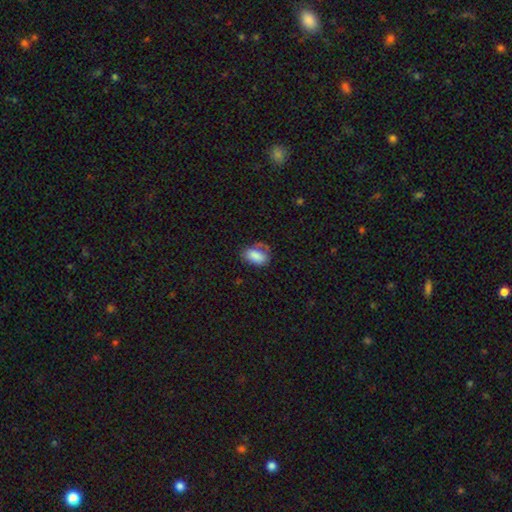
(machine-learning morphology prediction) Smooth or featured? smooth (82%)
How rounded? in between (89%)
Merging? none (54%)